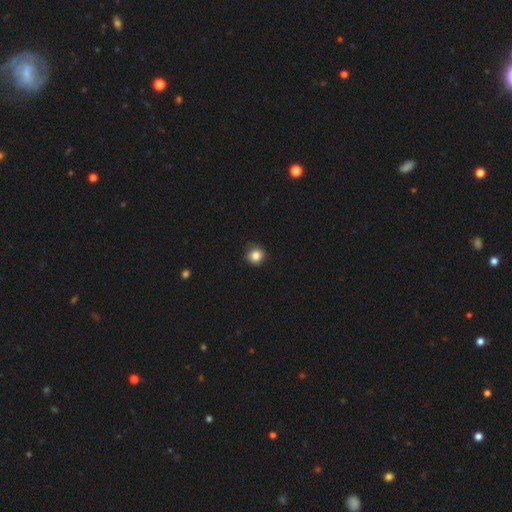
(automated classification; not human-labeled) Smooth or featured?
  - smooth: 85% *
  - star or artifact: 11%
  - featured or disk: 5%
How rounded?
  - round: 92% *
  - in between: 7%
  - cigar-shaped: 1%
Merging?
  - none: 88% *
  - minor disturbance: 9%
  - major disturbance: 2%
  - merger: 1%